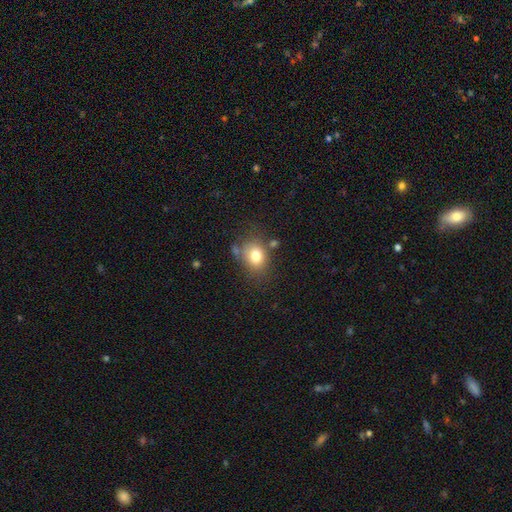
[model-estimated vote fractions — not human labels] Smooth or featured? smooth (77%)
How rounded? round (50%)
Merging? none (66%)